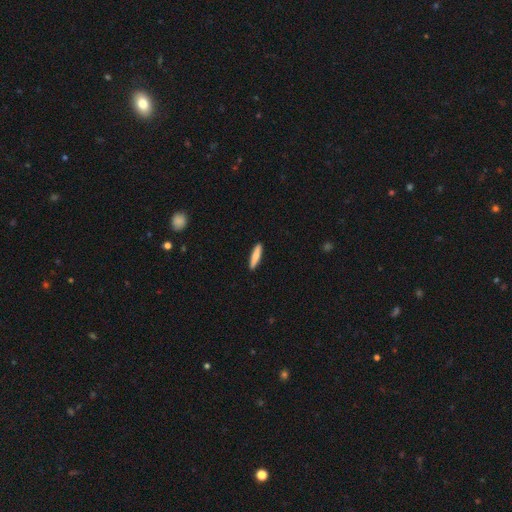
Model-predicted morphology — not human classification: Smooth or featured? smooth (79%)
How rounded? cigar-shaped (86%)
Merging? none (91%)